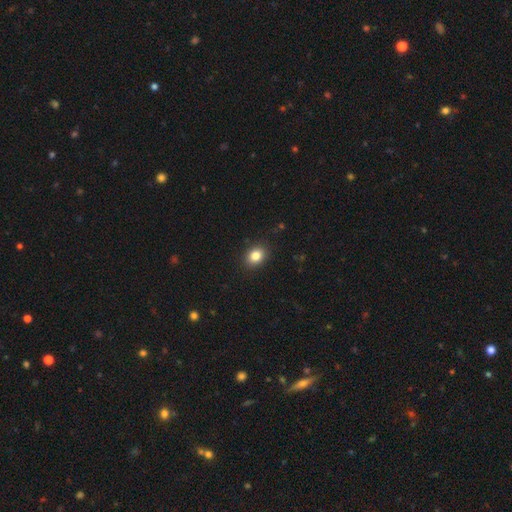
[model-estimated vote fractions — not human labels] smooth 84%, star or artifact 10%, featured or disk 6%. Down the decision tree: how rounded — in between (57%); merging — none (88%).